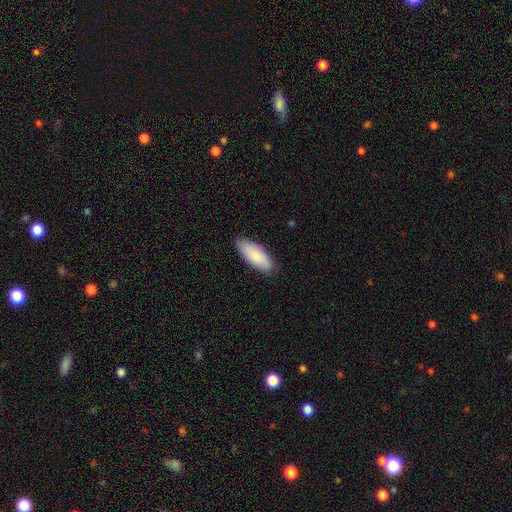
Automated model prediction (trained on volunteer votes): The model was most divided on "how rounded": in between: 77%, cigar-shaped: 22%, round: 2%. More confident: merging — none (86%); smooth or featured — smooth (83%).